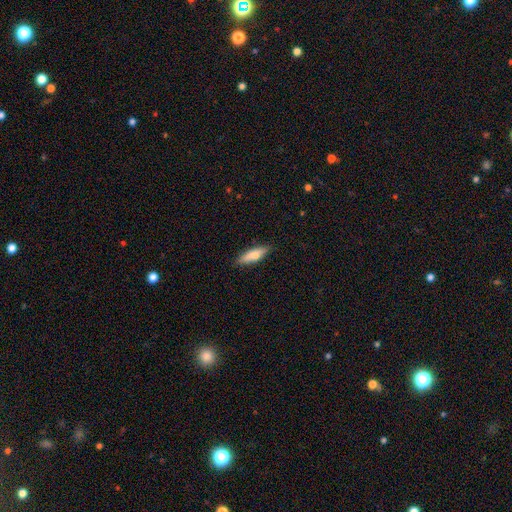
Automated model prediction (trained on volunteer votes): smooth-or-featured: smooth: 74% | featured or disk: 20% | star or artifact: 6%
  how-rounded: cigar-shaped: 58% | in between: 40% | round: 2%
  merging: none: 86% | minor disturbance: 11% | major disturbance: 2% | merger: 1%